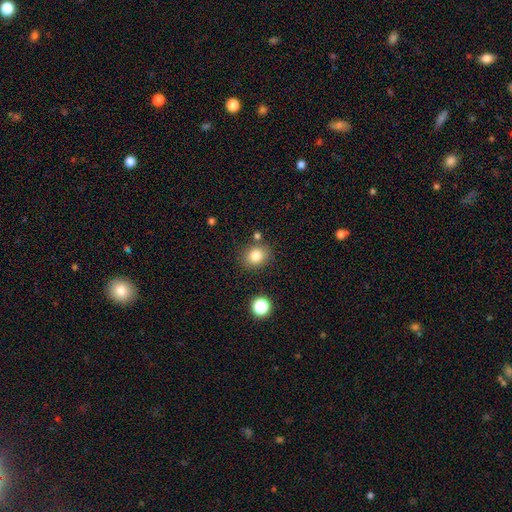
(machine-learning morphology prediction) A smooth galaxy with no disk features (82%) that is round (69%). Merging: none (81%).